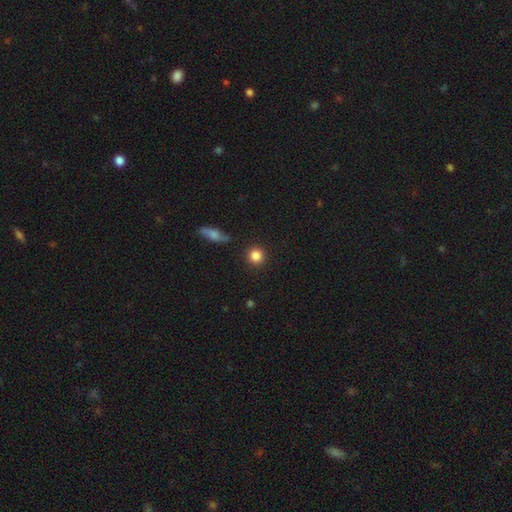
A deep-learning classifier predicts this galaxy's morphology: A smooth galaxy with no disk features (85%) that is round (93%). Merging: none (90%).